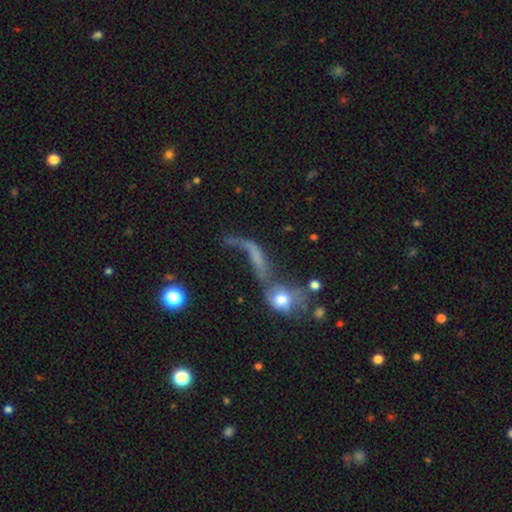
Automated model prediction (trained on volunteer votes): Smooth or featured: featured or disk — 44% (smooth — 40%)
Merging: merger — 47% (major disturbance — 29%)